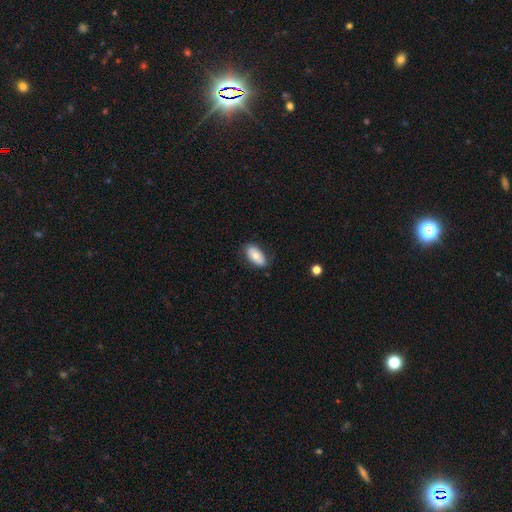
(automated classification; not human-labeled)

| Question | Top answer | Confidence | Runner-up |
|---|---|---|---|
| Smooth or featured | smooth | 68% | featured or disk (25%) |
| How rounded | in between | 93% | round (4%) |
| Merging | none | 79% | minor disturbance (16%) |